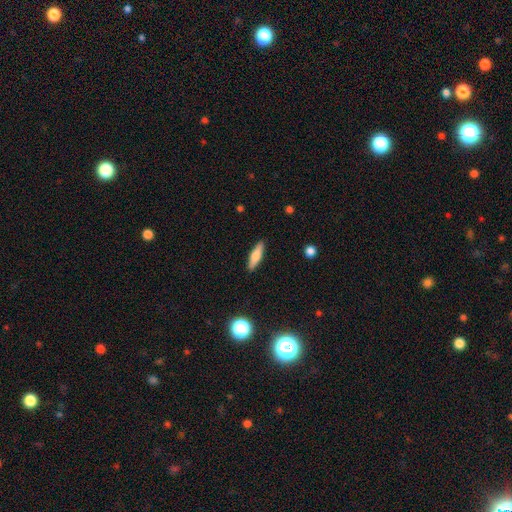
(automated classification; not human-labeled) Overall: smooth (65%; featured or disk 29%). How rounded: cigar-shaped (72%). Merging: none (90%).